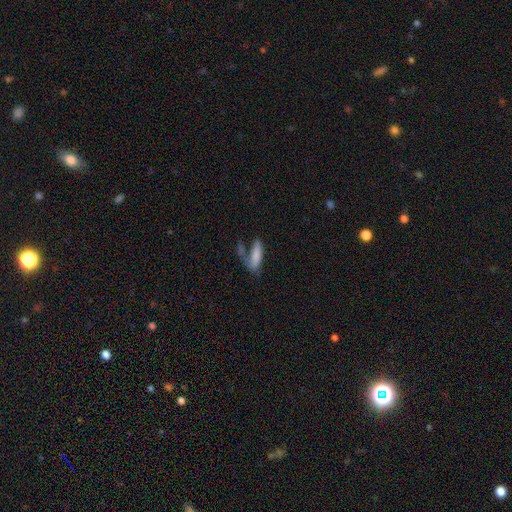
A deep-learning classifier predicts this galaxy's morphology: A smooth galaxy with no disk features (75%) that is in between round and cigar-shaped (50%).

Vote fractions:
- Smooth or featured? smooth: 75% / featured or disk: 17% / star or artifact: 8%
- How rounded? in between: 50% / cigar-shaped: 47% / round: 3%
- Merging? none: 34% / merger: 32% / major disturbance: 18% / minor disturbance: 16%